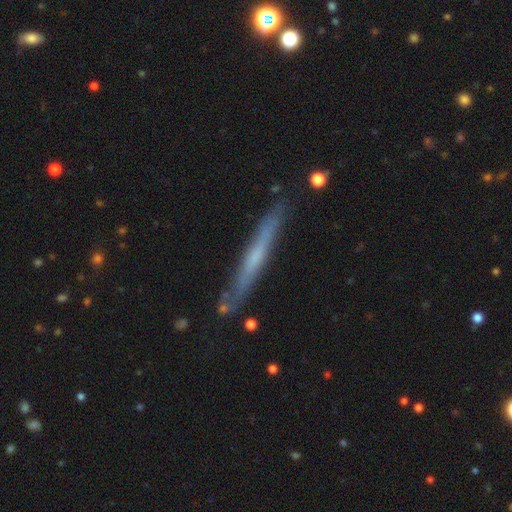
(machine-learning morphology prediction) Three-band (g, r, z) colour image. It shows a featured or disk galaxy (54%) viewed edge-on (92%). Merging: none (82%).